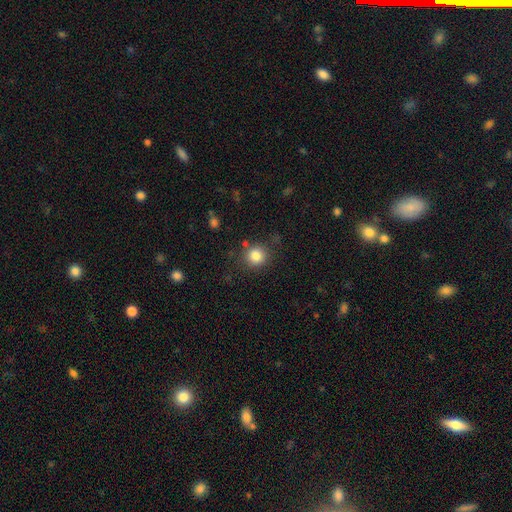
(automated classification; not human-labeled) Smooth or featured: smooth — 83% (star or artifact — 11%)
How rounded: round — 87% (in between — 12%)
Merging: none — 81% (minor disturbance — 11%)